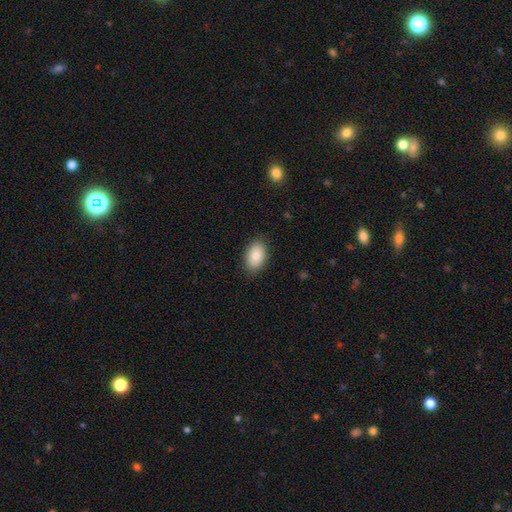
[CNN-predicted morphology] smooth-or-featured: smooth: 86% | featured or disk: 7% | star or artifact: 7%
  how-rounded: in between: 92% | round: 6% | cigar-shaped: 1%
  merging: none: 86% | minor disturbance: 10% | major disturbance: 2% | merger: 1%